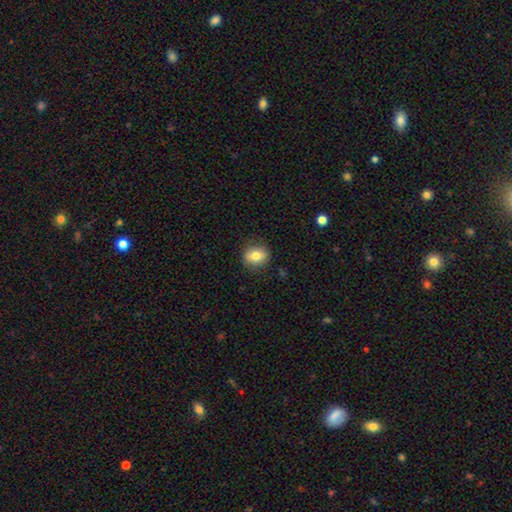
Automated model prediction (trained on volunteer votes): This appears to be a smooth galaxy with no disk features (78%) that is round (67%). Merging: none (85%).